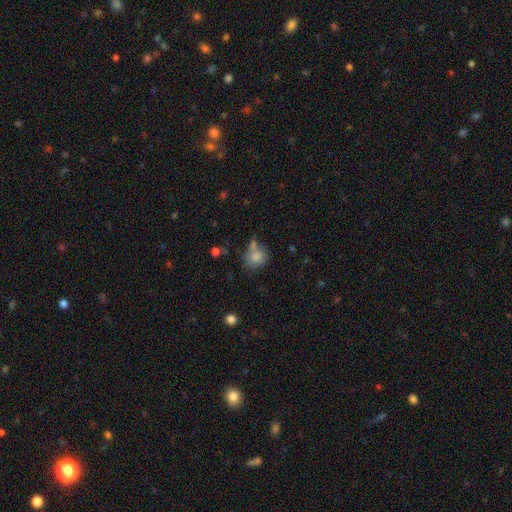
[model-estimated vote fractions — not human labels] Smooth or featured?
  - smooth: 81% *
  - star or artifact: 10%
  - featured or disk: 9%
How rounded?
  - round: 75% *
  - in between: 24%
  - cigar-shaped: 1%
Merging?
  - none: 52% *
  - merger: 23%
  - minor disturbance: 18%
  - major disturbance: 7%